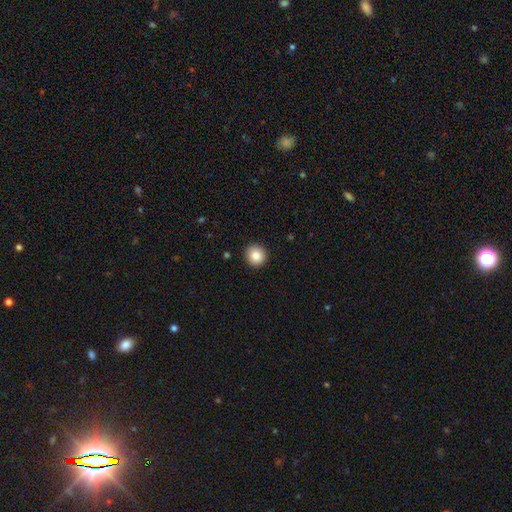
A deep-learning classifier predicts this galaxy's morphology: Overall: smooth (85%). How rounded: round (94%). Merging: none (93%).